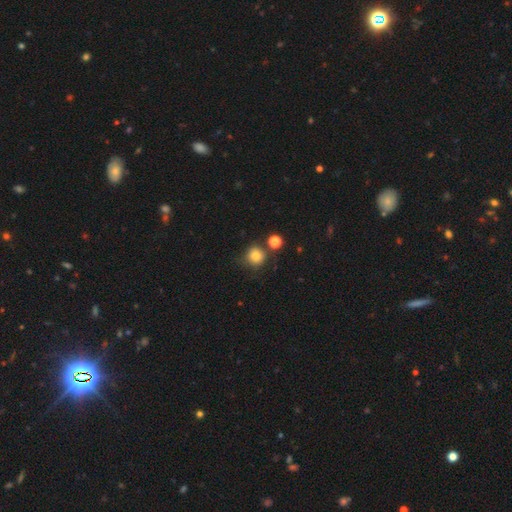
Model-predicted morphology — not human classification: type=smooth (80%); roundness=round (90%); merging=none (72%).